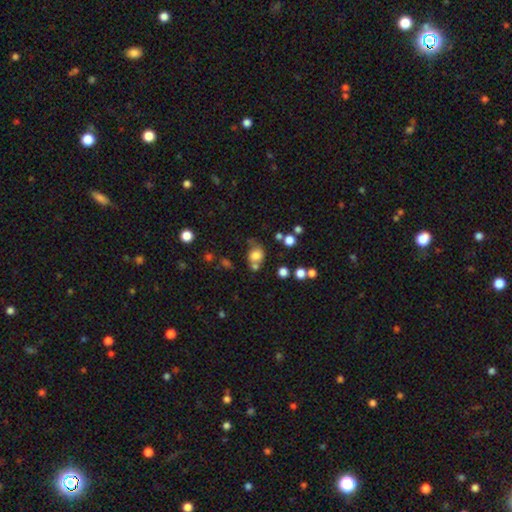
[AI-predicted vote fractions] smooth_or_featured: smooth (p=0.75) [alt: star or artifact p=0.14]
how_rounded: round (p=0.59) [alt: in between p=0.40]
merging: none (p=0.45) [alt: merger p=0.24]